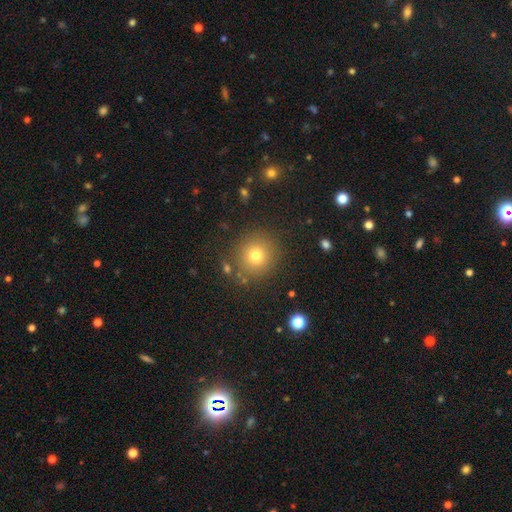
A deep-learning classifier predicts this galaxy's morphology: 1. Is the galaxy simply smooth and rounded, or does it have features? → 74% smooth, 16% star or artifact, 11% featured or disk.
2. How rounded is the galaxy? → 92% round, 7% in between, 1% cigar-shaped.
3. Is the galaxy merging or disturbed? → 85% none, 8% minor disturbance, 4% major disturbance, 3% merger.